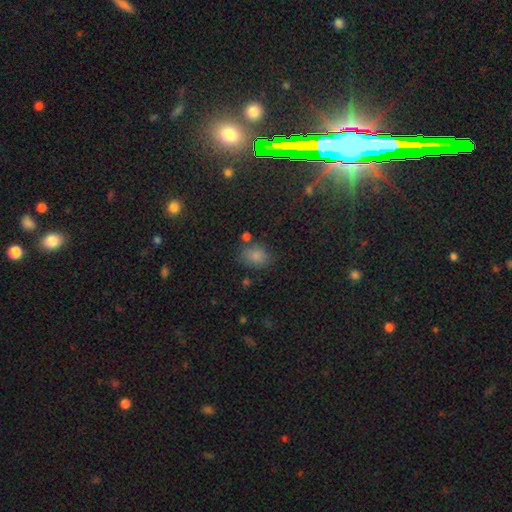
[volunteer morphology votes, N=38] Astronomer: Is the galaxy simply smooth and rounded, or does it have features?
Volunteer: smooth — 87%.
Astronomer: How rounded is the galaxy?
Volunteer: in between — 58% (runner-up: round, 42%).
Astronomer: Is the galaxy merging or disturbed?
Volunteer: none — 75%.